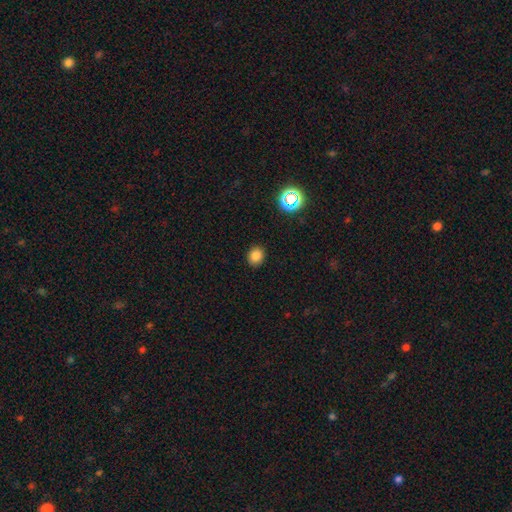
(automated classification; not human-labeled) This is clearly a smooth galaxy (81%). How rounded: likely round (70%). Merging: clearly none (90%).